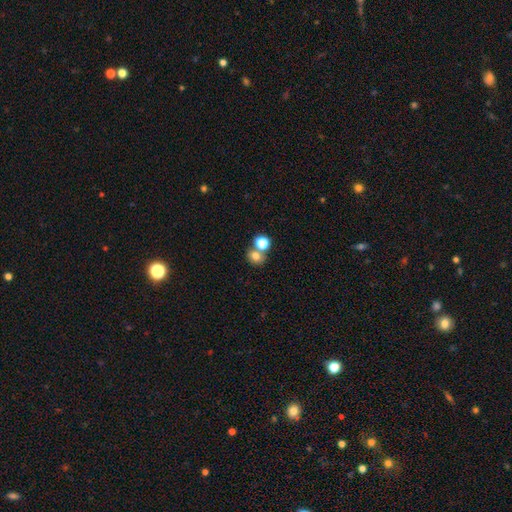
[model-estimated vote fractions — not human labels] smooth-or-featured: smooth: 75% | star or artifact: 15% | featured or disk: 10%
  how-rounded: round: 69% | in between: 30% | cigar-shaped: 1%
  merging: none: 50% | merger: 39% | minor disturbance: 8% | major disturbance: 3%